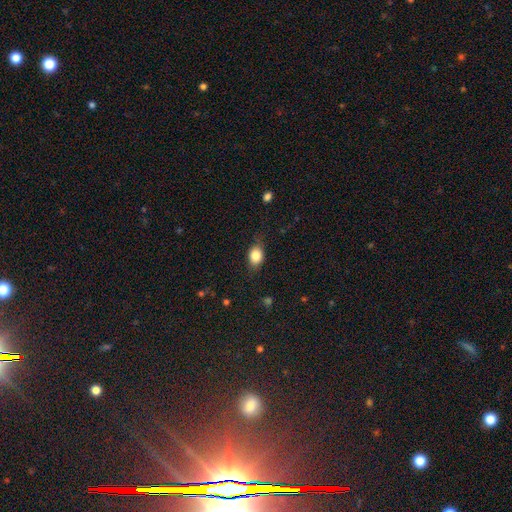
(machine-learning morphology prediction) Smooth or featured? Predicted: smooth (p=0.83). How rounded? Predicted: in between (p=0.66). Merging? Predicted: none (p=0.75).